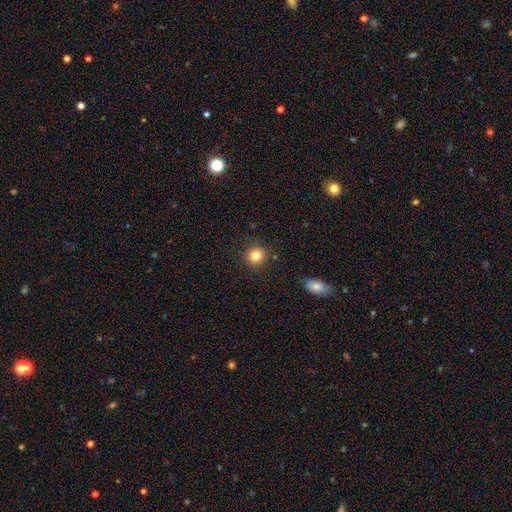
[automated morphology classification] Q: Smooth or featured?
A: smooth (82%); runner-up: star or artifact (12%)
Q: How rounded?
A: round (90%); runner-up: in between (9%)
Q: Merging?
A: none (89%); runner-up: minor disturbance (7%)